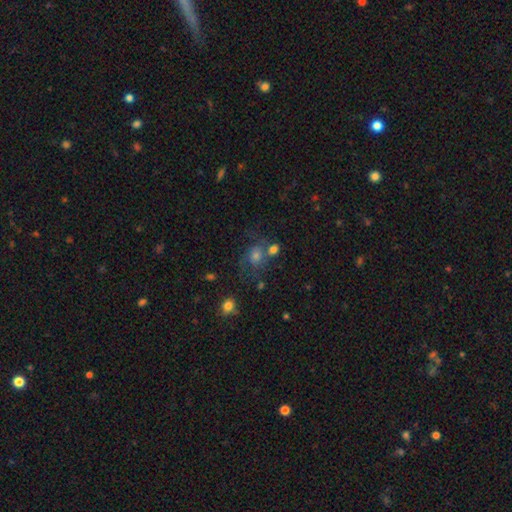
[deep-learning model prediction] Morphology: type=smooth (47%); merging=none (53%).